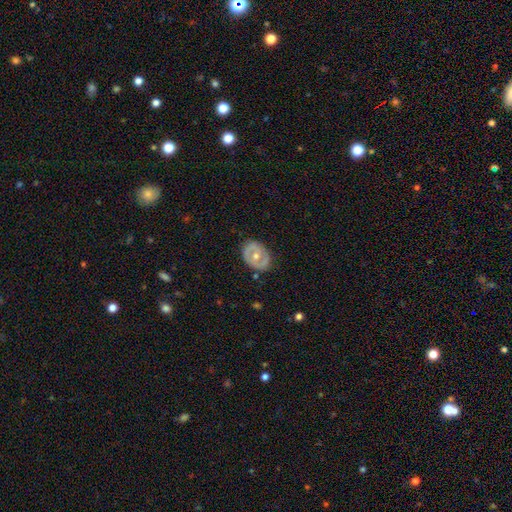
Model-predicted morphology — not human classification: The model was most divided on "smooth or featured": featured or disk: 59%, smooth: 35%, star or artifact: 6%. More confident: edge-on disk — no (94%); merging — none (81%); bulge size — moderate (74%); spiral arms — no (72%); bar — no (71%).